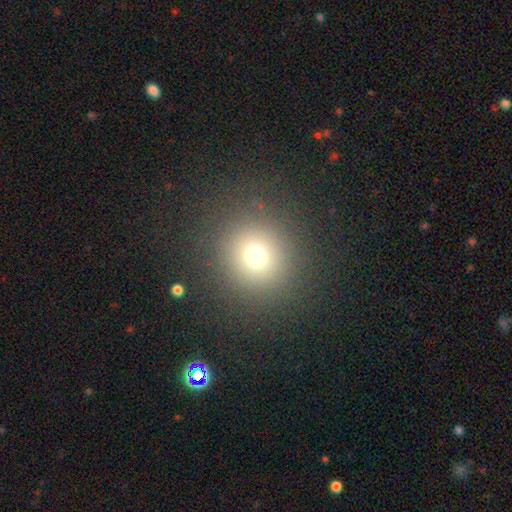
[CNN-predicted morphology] Q: Smooth or featured?
A: smooth (71%); runner-up: star or artifact (19%)
Q: How rounded?
A: round (91%); runner-up: in between (8%)
Q: Merging?
A: none (88%); runner-up: minor disturbance (6%)